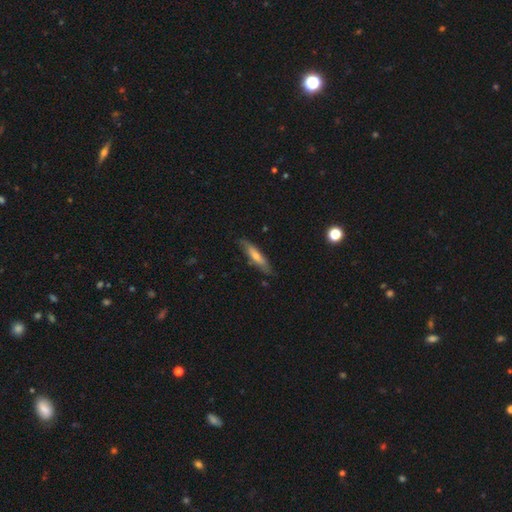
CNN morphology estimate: This appears to be a smooth galaxy with no disk features (51%) that is cigar-shaped (84%). Merging: none (81%).